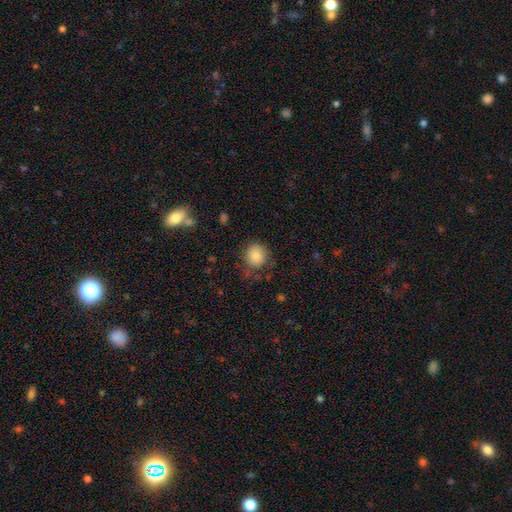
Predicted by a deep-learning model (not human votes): Overall: smooth (84%). How rounded: round (83%). Merging: none (69%).